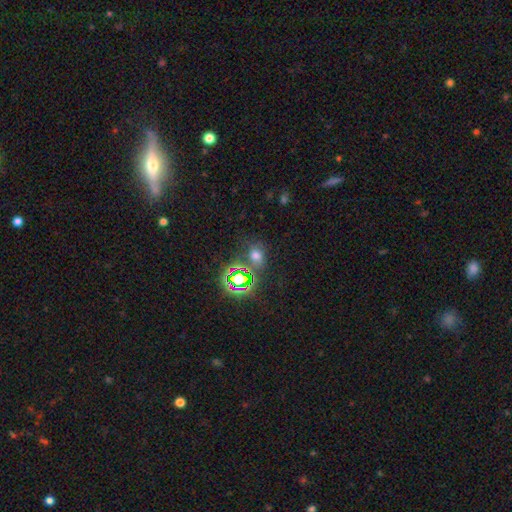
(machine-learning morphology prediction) Q: Smooth or featured?
A: smooth (51%); runner-up: star or artifact (41%)
Q: How rounded?
A: round (54%); runner-up: in between (44%)
Q: Merging?
A: none (69%); runner-up: minor disturbance (14%)